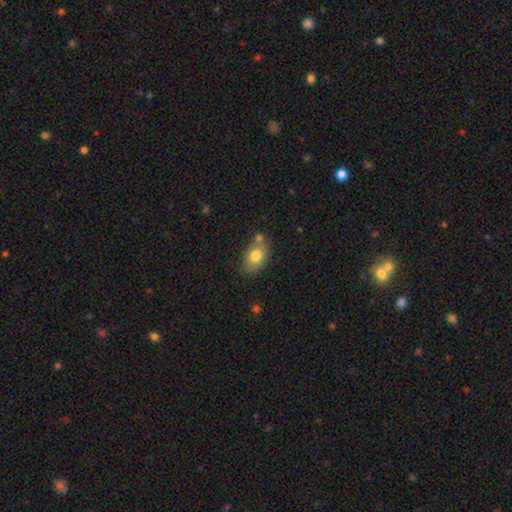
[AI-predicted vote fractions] smooth 76%, featured or disk 16%, star or artifact 8%. Down the decision tree: how rounded — in between (79%); merging — none (60%).